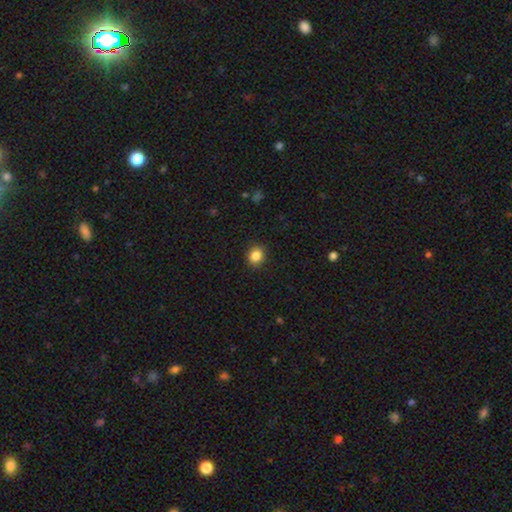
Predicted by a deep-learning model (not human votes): A smooth galaxy with no disk features (86%) that is round (76%). Merging: none (90%).